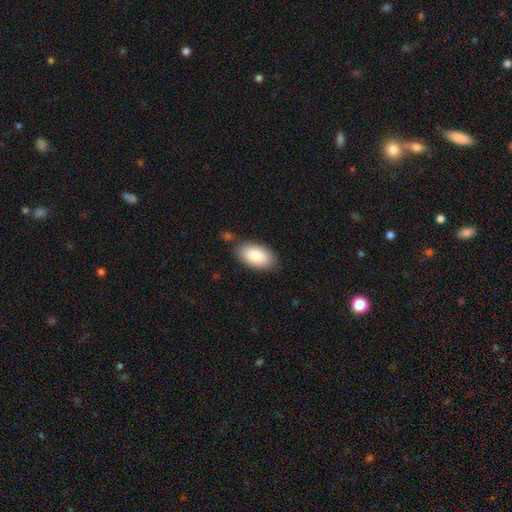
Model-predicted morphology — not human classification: Smooth or featured? Predicted: smooth (p=0.88). How rounded? Predicted: in between (p=0.95). Merging? Predicted: none (p=0.78).